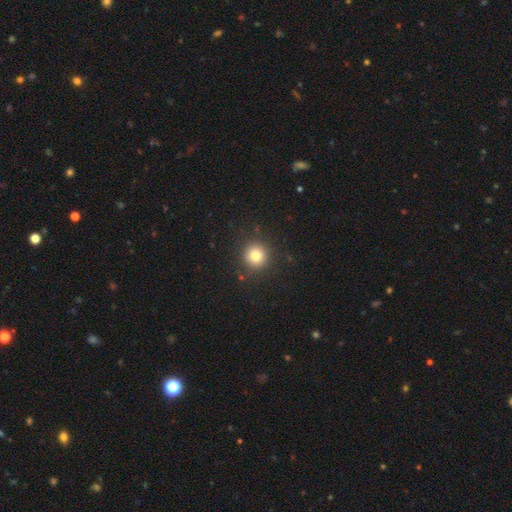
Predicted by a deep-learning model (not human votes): smooth-or-featured: smooth: 80% | star or artifact: 13% | featured or disk: 8%
  how-rounded: round: 93% | in between: 6% | cigar-shaped: 1%
  merging: none: 89% | minor disturbance: 7% | major disturbance: 3% | merger: 1%